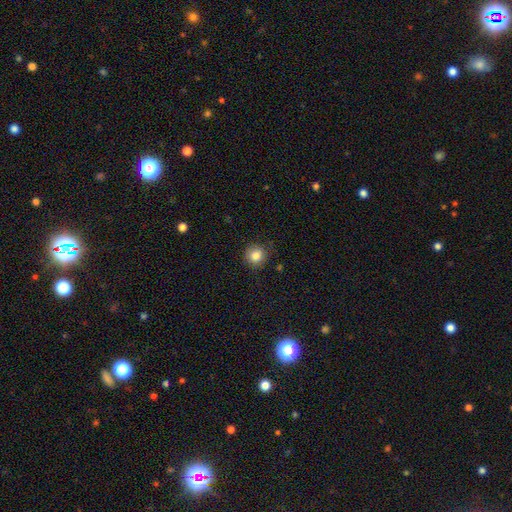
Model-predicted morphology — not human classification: A smooth galaxy with no disk features (84%) that is round (90%).

Vote fractions:
- Smooth or featured? smooth: 84% / star or artifact: 10% / featured or disk: 6%
- How rounded? round: 90% / in between: 9% / cigar-shaped: 1%
- Merging? none: 84% / minor disturbance: 12% / major disturbance: 3% / merger: 1%